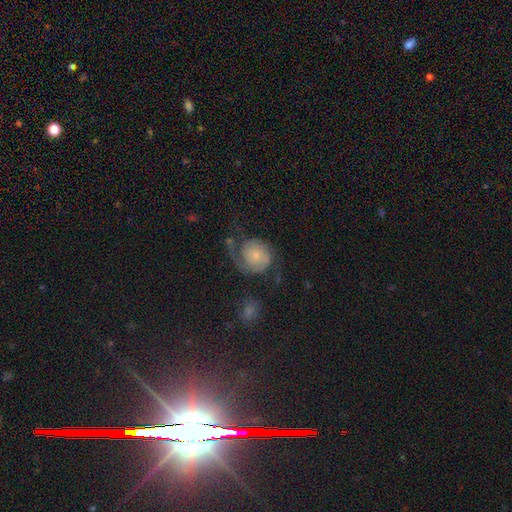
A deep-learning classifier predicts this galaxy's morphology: Smooth or featured? featured or disk (67%)
Edge-on disk? no (98%)
Bar? no (79%)
Spiral arms? yes (90%)
Spiral winding? medium (36%)
Spiral arm count? 2 (52%)
Bulge size? small (68%)
Merging? none (43%)